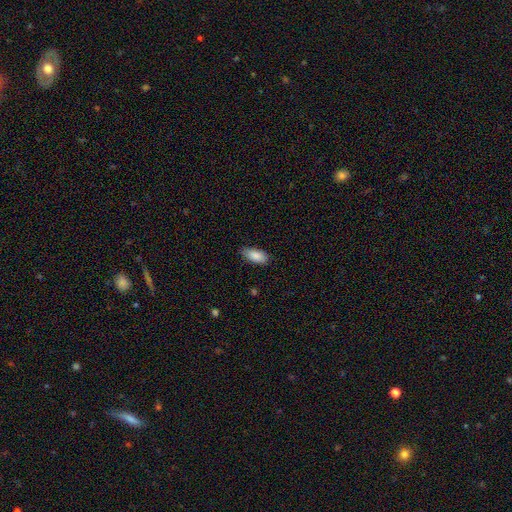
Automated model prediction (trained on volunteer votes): smooth-or-featured: smooth: 88% | star or artifact: 6% | featured or disk: 5%
  how-rounded: in between: 89% | cigar-shaped: 9% | round: 2%
  merging: none: 82% | minor disturbance: 15% | major disturbance: 2% | merger: 1%